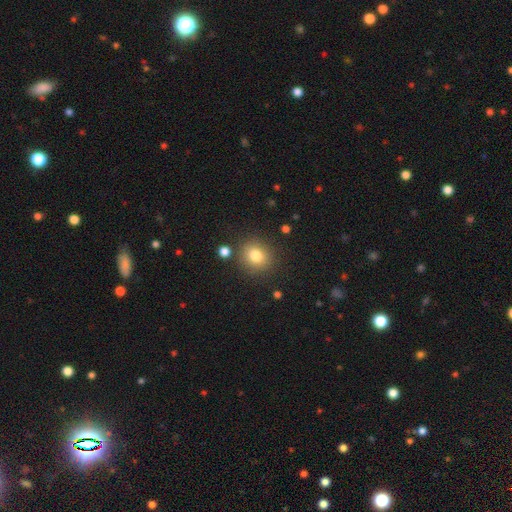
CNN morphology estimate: Q: Smooth or featured?
A: smooth (80%); runner-up: star or artifact (11%)
Q: How rounded?
A: round (84%); runner-up: in between (15%)
Q: Merging?
A: none (84%); runner-up: minor disturbance (9%)